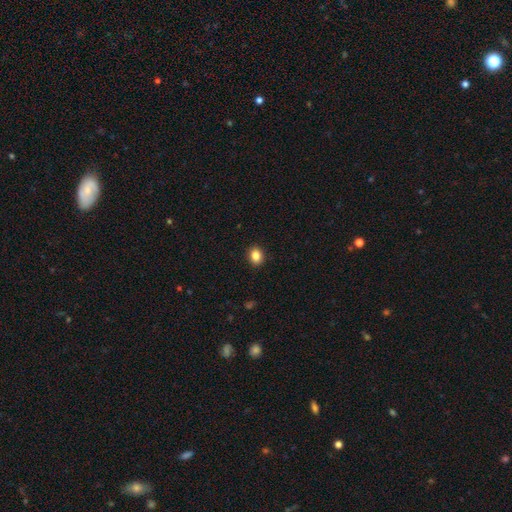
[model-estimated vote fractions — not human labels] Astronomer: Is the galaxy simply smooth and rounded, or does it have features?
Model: smooth — 85%.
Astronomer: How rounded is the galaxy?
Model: round — 54% (runner-up: in between, 45%).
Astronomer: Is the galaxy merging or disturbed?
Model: none — 91%.